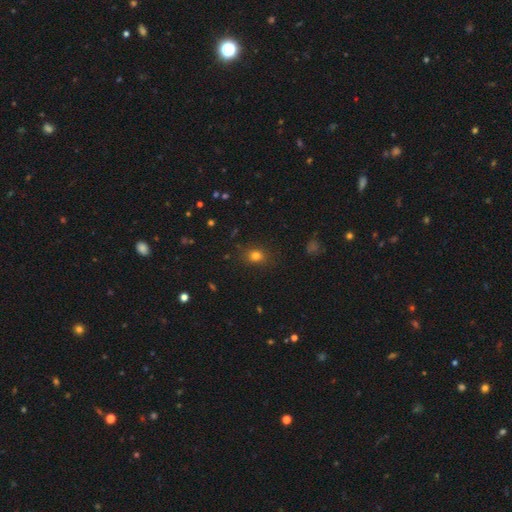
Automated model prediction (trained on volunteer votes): Smooth or featured: smooth — 77% (star or artifact — 16%)
How rounded: round — 63% (in between — 36%)
Merging: none — 84% (minor disturbance — 11%)